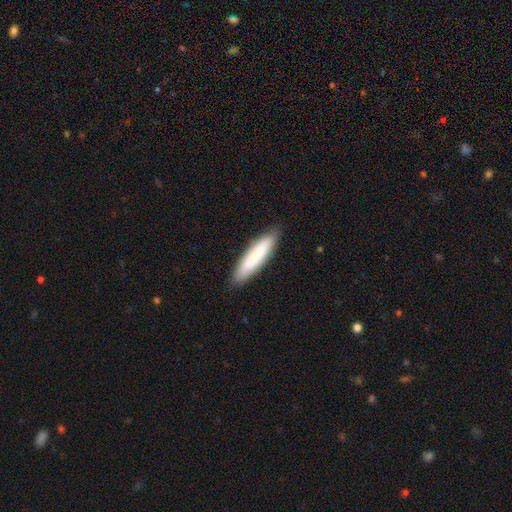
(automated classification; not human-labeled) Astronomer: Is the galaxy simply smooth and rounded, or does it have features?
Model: smooth — 81%.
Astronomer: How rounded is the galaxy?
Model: cigar-shaped — 80%.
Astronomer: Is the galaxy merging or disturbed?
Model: none — 87%.